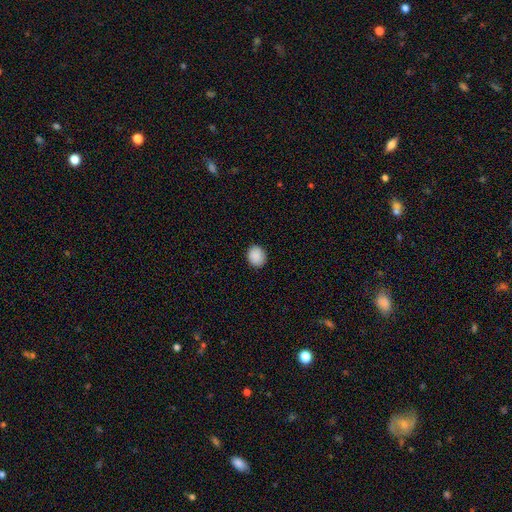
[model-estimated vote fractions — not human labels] Smooth or featured? Predicted: smooth (p=0.90). How rounded? Predicted: round (p=0.66). Merging? Predicted: none (p=0.89).